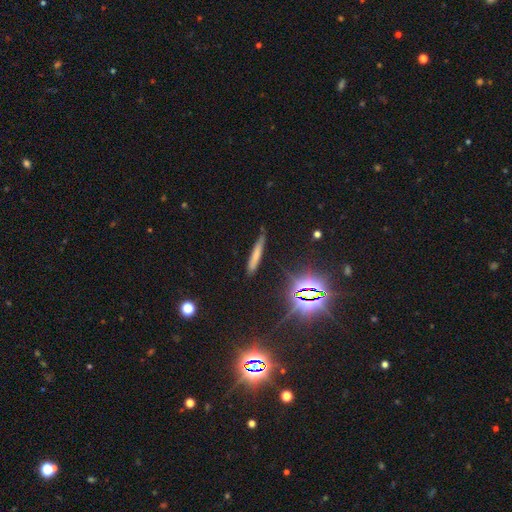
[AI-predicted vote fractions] Morphology: type=smooth (62%); roundness=cigar-shaped (92%); merging=none (80%).